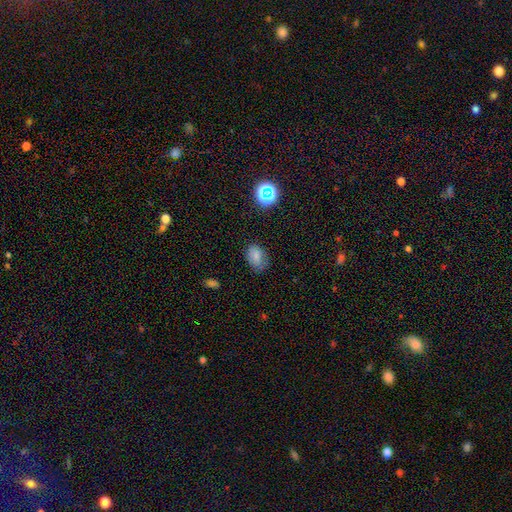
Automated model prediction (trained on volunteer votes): Smooth or featured? Predicted: smooth (p=0.77). How rounded? Predicted: in between (p=0.82). Merging? Predicted: none (p=0.66).